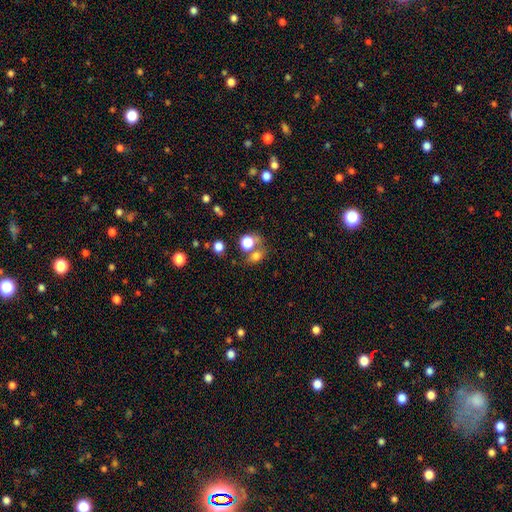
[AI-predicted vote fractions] Q: Smooth or featured?
A: smooth (73%); runner-up: star or artifact (17%)
Q: How rounded?
A: in between (50%); runner-up: round (48%)
Q: Merging?
A: none (49%); runner-up: merger (32%)